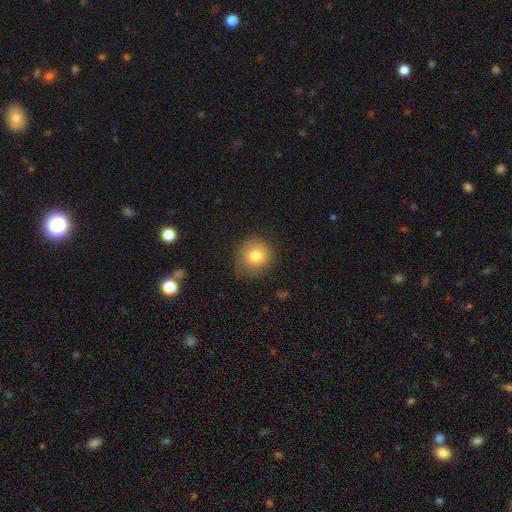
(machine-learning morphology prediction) Smooth or featured?
  - smooth: 79% *
  - featured or disk: 10%
  - star or artifact: 10%
How rounded?
  - round: 87% *
  - in between: 12%
  - cigar-shaped: 1%
Merging?
  - none: 78% *
  - minor disturbance: 17%
  - major disturbance: 5%
  - merger: 1%